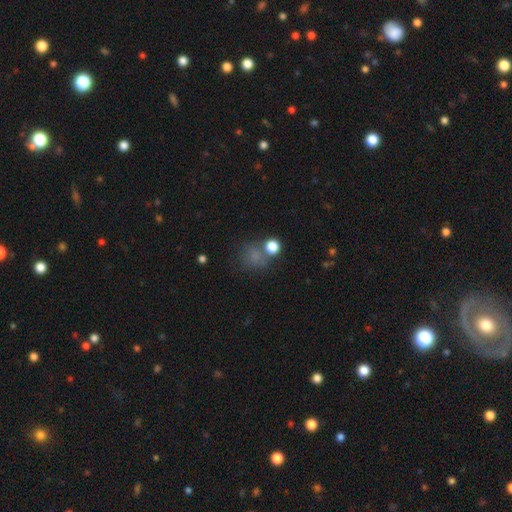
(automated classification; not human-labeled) smooth_or_featured: smooth (p=0.69) [alt: star or artifact p=0.22]
how_rounded: round (p=0.80) [alt: in between p=0.19]
merging: none (p=0.59) [alt: merger p=0.17]